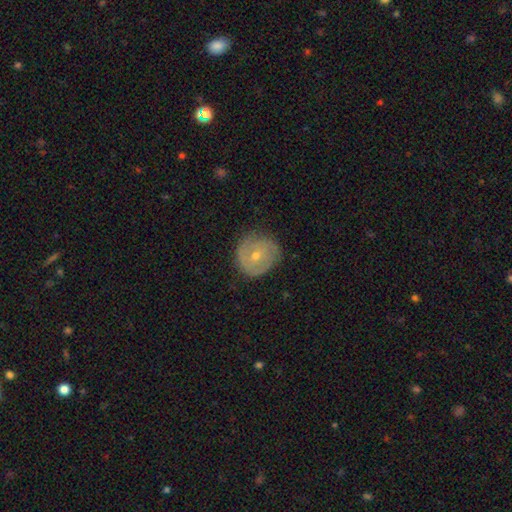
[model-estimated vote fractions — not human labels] Overall: featured or disk (54%; smooth 38%). Edge-on disk: no (96%). Bar: no (75%). Spiral arms: yes (67%; no 33%). Bulge size: small (57%; moderate 41%). Merging: none (73%).